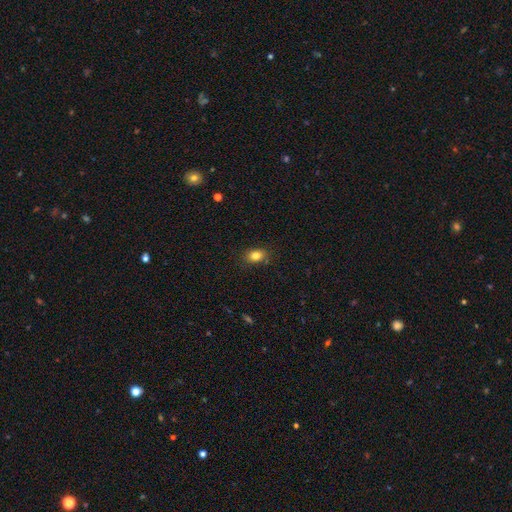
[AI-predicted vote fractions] The model was most divided on "how rounded": in between: 75%, round: 24%, cigar-shaped: 1%. More confident: merging — none (83%); smooth or featured — smooth (82%).